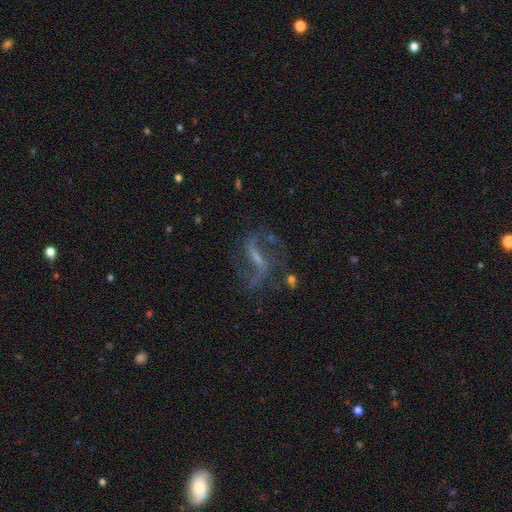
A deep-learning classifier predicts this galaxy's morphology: A featured or disk galaxy (79%) with a strong bar (44%), 2 (87%) loose (65%) spiral arms (91%) and a small central bulge (49%). Merging: none (69%).